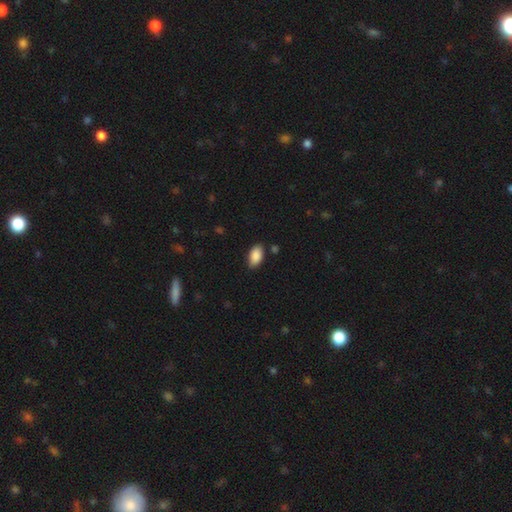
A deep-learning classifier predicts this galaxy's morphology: smooth 89%, star or artifact 7%, featured or disk 5%. Down the decision tree: how rounded — in between (94%); merging — none (84%).